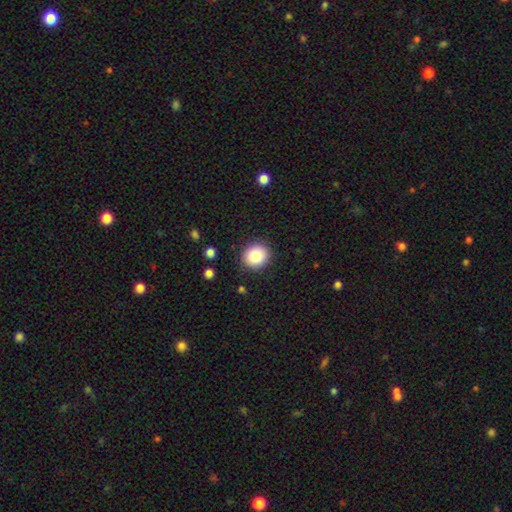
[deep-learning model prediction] Smooth or featured? smooth (83%)
How rounded? round (83%)
Merging? none (89%)